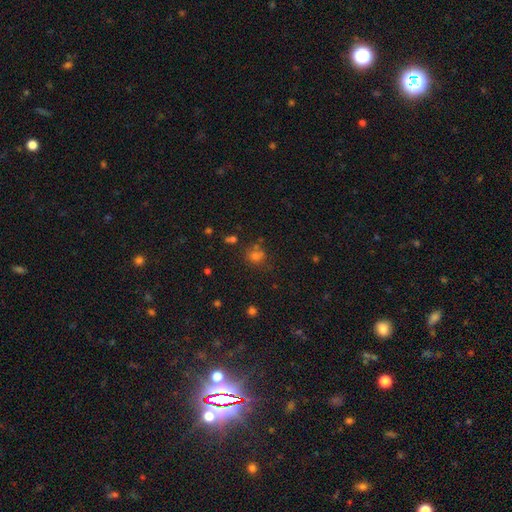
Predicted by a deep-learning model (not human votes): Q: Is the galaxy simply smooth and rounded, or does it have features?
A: smooth — 59%.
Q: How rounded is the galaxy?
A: round — 72%.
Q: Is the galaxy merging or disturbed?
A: none — 65%.